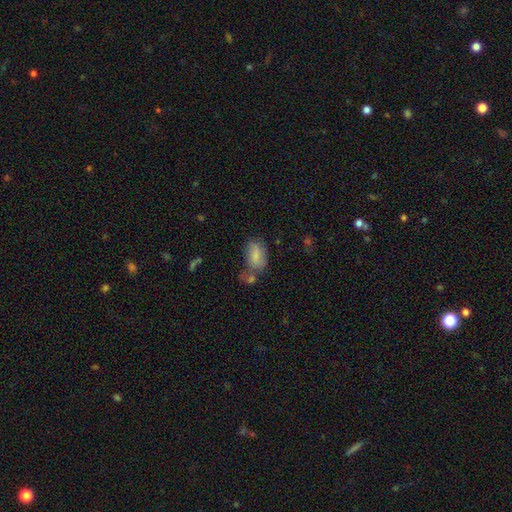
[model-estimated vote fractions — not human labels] Smooth or featured? Predicted: smooth (p=0.80). How rounded? Predicted: in between (p=0.90). Merging? Predicted: none (p=0.47).